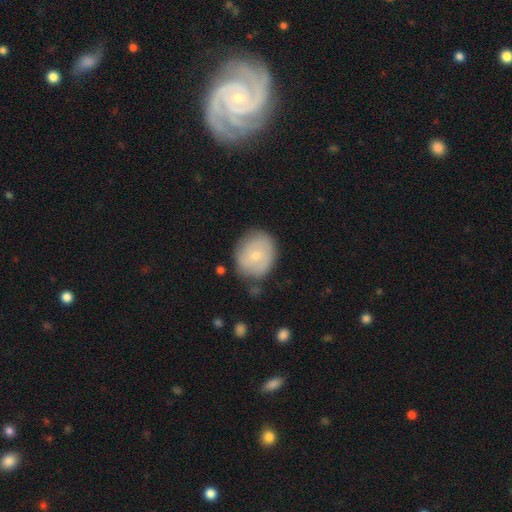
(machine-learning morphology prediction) Smooth or featured? smooth (64%)
How rounded? round (71%)
Merging? none (71%)